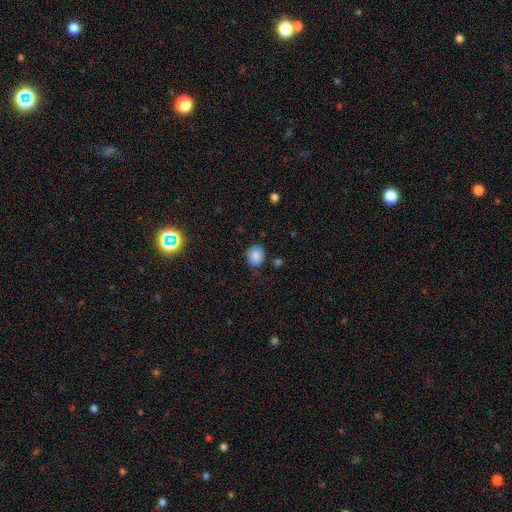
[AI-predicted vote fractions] The model was most divided on "how rounded": round: 71%, in between: 28%, cigar-shaped: 1%. More confident: smooth or featured — smooth (86%); merging — none (74%).